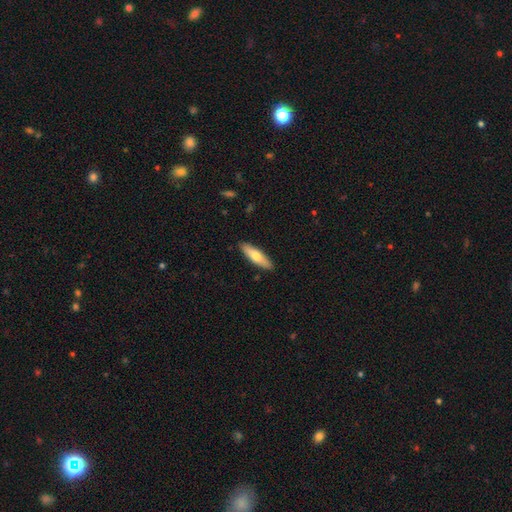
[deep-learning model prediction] A smooth galaxy with no disk features (66%) that is cigar-shaped (58%). Merging: none (89%).